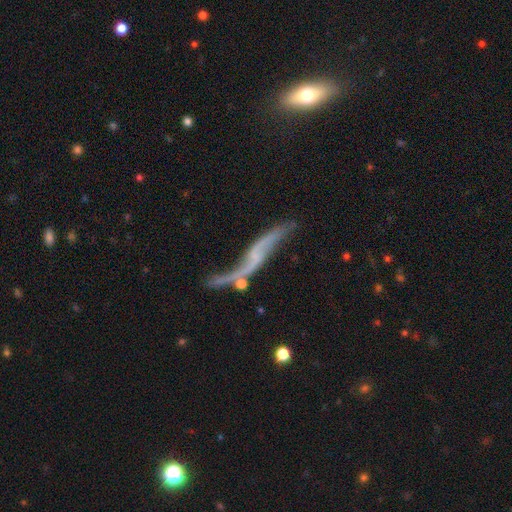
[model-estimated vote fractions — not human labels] smooth-or-featured: featured or disk: 73% | smooth: 17% | star or artifact: 10%
  disk-edge-on: no: 58% | yes: 42%
  merging: none: 36% | merger: 24% | major disturbance: 21% | minor disturbance: 20%